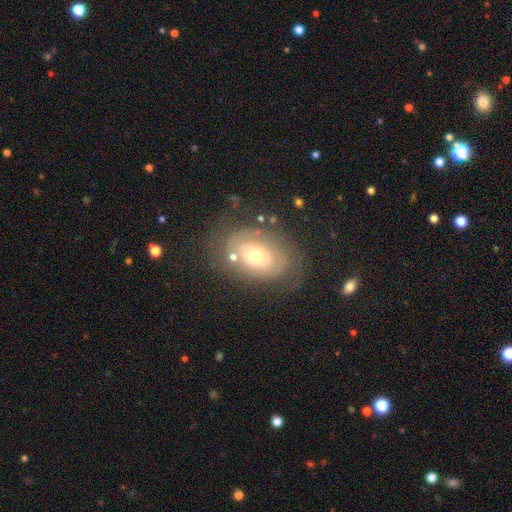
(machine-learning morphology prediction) Smooth or featured? Predicted: featured or disk (p=0.56). Edge-on disk? Predicted: no (p=0.93). Bar? Predicted: no (p=0.87). Spiral arms? Predicted: no (p=0.54). Bulge size? Predicted: moderate (p=0.59). Merging? Predicted: none (p=0.70).